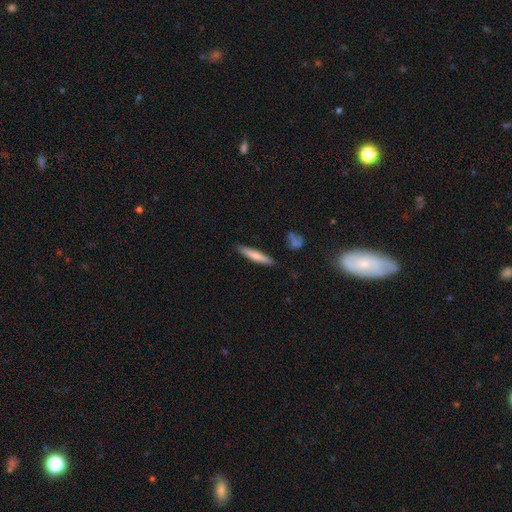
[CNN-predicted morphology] smooth 72%, featured or disk 22%, star or artifact 6%. Down the decision tree: how rounded — cigar-shaped (90%); merging — none (88%).